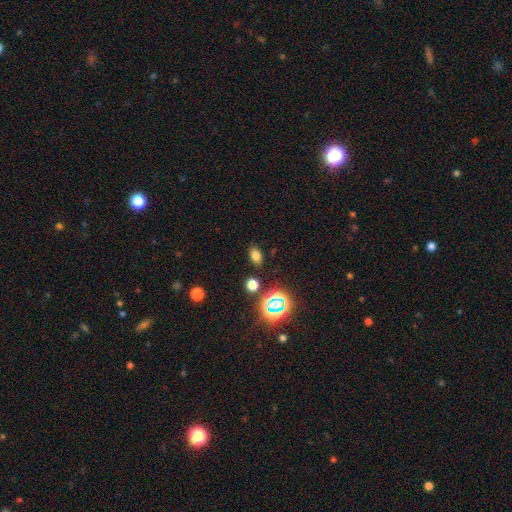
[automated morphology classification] Smooth or featured? smooth (72%)
How rounded? in between (82%)
Merging? none (86%)